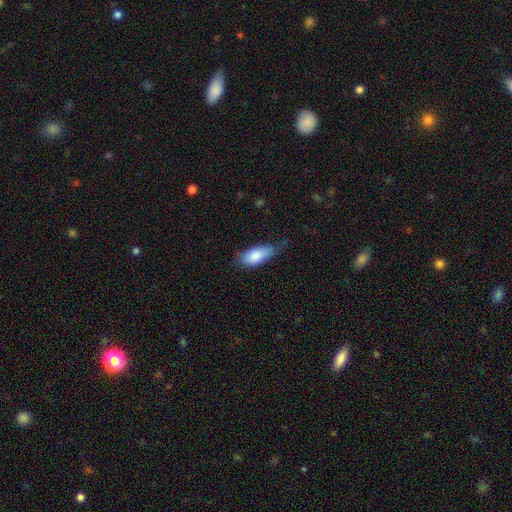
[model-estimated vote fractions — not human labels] smooth_or_featured: smooth (p=0.83) [alt: featured or disk p=0.10]
how_rounded: in between (p=0.86) [alt: cigar-shaped p=0.12]
merging: none (p=0.49) [alt: minor disturbance p=0.38]